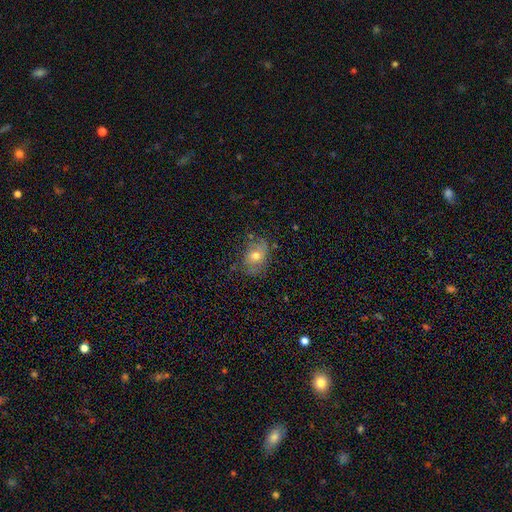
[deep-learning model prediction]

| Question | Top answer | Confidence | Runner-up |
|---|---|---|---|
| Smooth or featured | smooth | 59% | featured or disk (29%) |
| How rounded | in between | 66% | round (33%) |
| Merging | none | 60% | minor disturbance (26%) |